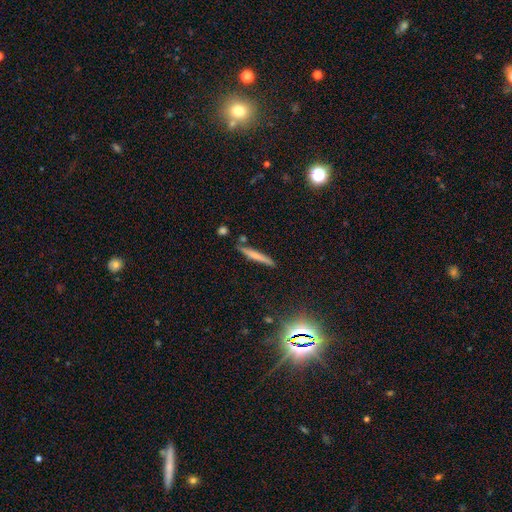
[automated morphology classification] Q: Smooth or featured?
A: smooth (61%); runner-up: featured or disk (31%)
Q: How rounded?
A: cigar-shaped (94%); runner-up: in between (4%)
Q: Merging?
A: none (82%); runner-up: minor disturbance (11%)